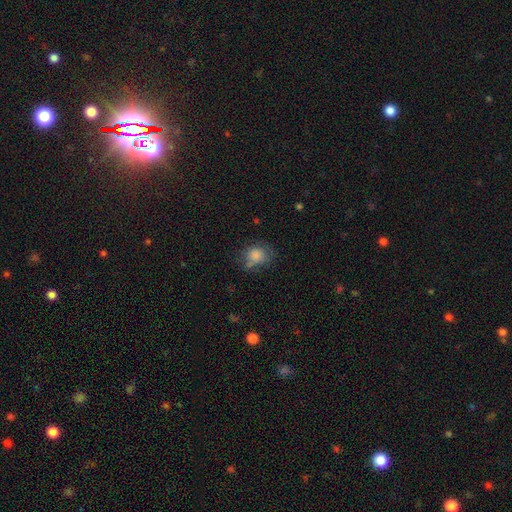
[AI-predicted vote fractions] Morphology: type=smooth (81%); roundness=round (59%); merging=none (50%).